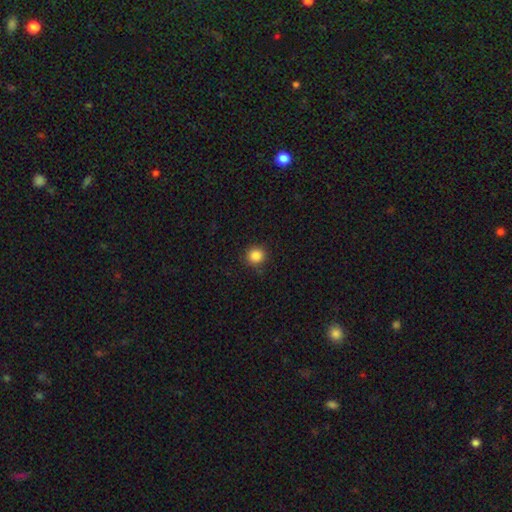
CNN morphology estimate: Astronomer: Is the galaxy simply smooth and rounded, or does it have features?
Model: smooth — 86%.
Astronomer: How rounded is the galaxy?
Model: round — 93%.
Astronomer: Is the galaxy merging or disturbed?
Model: none — 89%.